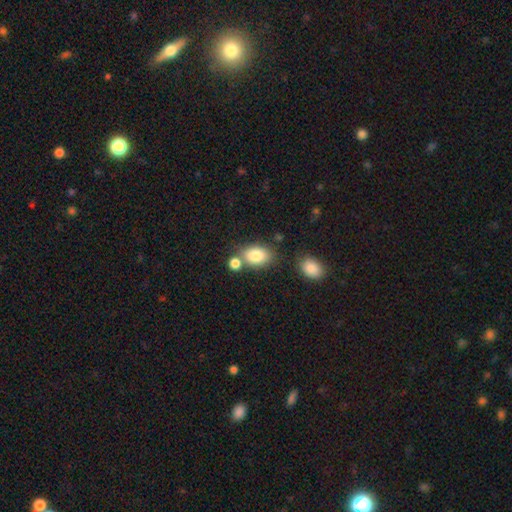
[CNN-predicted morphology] Smooth or featured: smooth — 83% (featured or disk — 9%)
How rounded: in between — 82% (round — 17%)
Merging: none — 60% (merger — 23%)